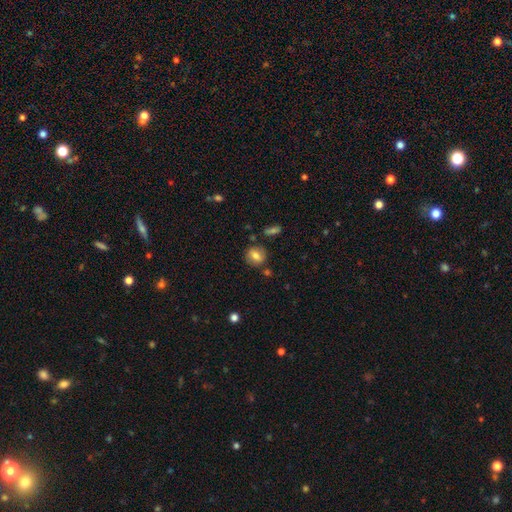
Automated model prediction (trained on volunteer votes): Smooth or featured? smooth (70%)
How rounded? round (72%)
Merging? none (78%)